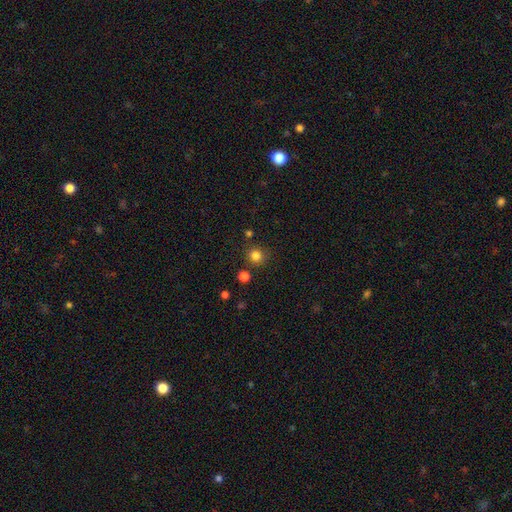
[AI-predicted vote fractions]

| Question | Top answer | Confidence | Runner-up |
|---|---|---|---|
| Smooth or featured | smooth | 82% | star or artifact (14%) |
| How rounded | round | 92% | in between (7%) |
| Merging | none | 85% | minor disturbance (8%) |